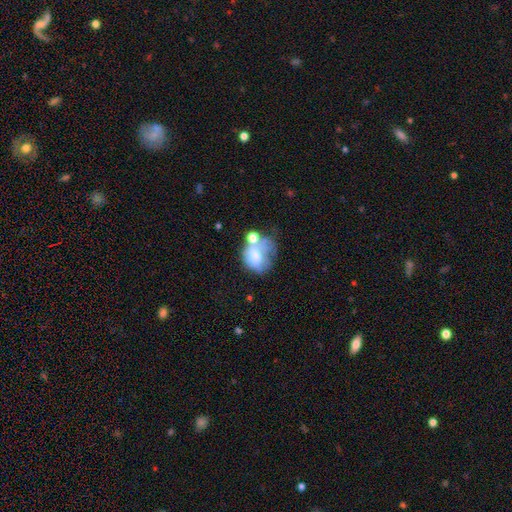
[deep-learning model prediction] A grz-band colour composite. It shows a smooth galaxy with no disk features (51%) that is in between round and cigar-shaped (58%). Merging: merger (31%).